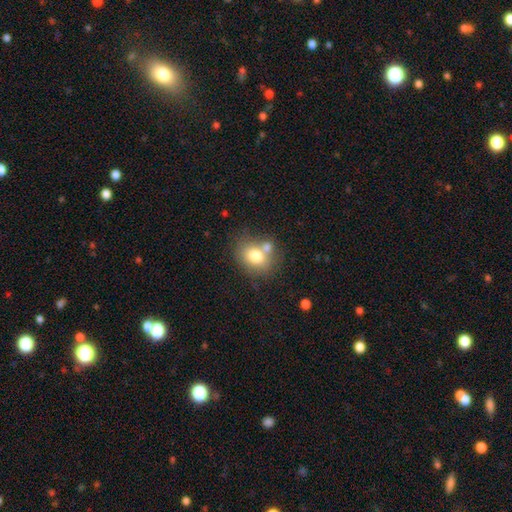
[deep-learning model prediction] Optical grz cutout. It shows a smooth galaxy with no disk features (74%) that is round (55%). Merging: none (54%).